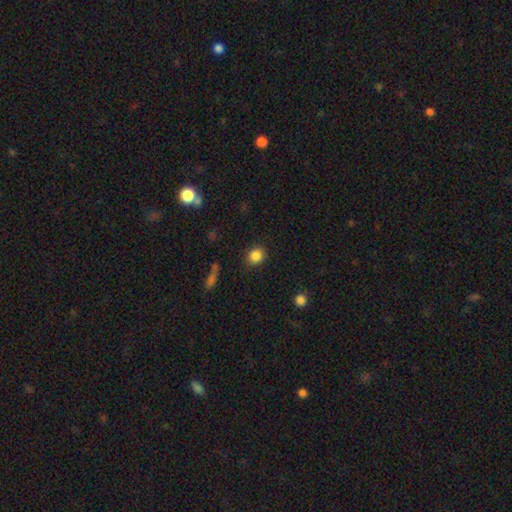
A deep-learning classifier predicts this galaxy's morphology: A smooth galaxy with no disk features (85%) that is round (82%).

Vote fractions:
- Smooth or featured? smooth: 85% / star or artifact: 10% / featured or disk: 5%
- How rounded? round: 82% / in between: 17% / cigar-shaped: 1%
- Merging? none: 87% / minor disturbance: 9% / major disturbance: 3% / merger: 2%